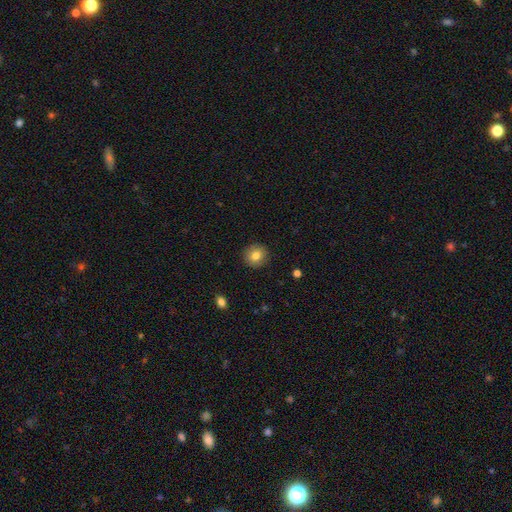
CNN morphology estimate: Smooth or featured: smooth — 81% (featured or disk — 10%)
How rounded: round — 92% (in between — 7%)
Merging: none — 91% (minor disturbance — 6%)